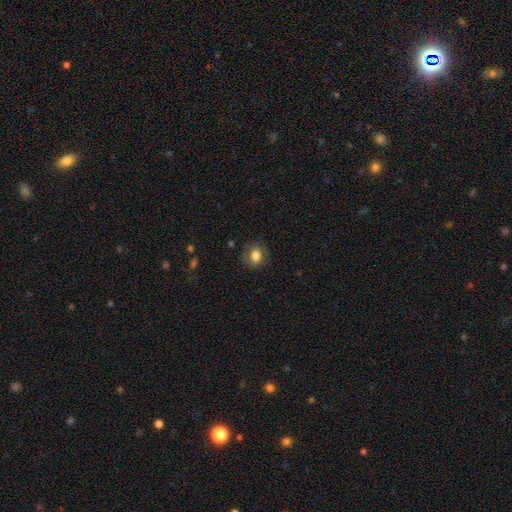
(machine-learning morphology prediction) A smooth galaxy with no disk features (76%) that is round (62%). Merging: none (78%).